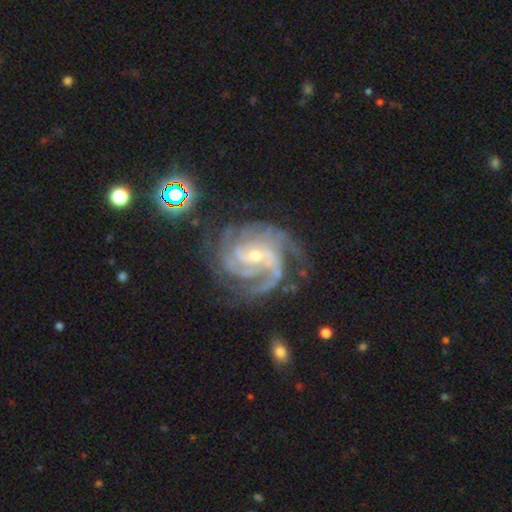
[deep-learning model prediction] Overall: featured or disk (91%). Edge-on disk: no (98%). Bar: weak (42%; no 41%). Spiral arms: yes (98%). Spiral arm count: 3 (34%; 4 24%). Spiral winding: tight (59%; medium 36%). Bulge size: small (60%; moderate 36%). Merging: none (66%).